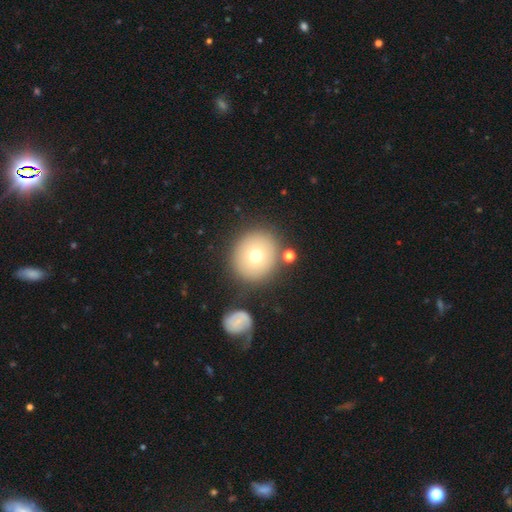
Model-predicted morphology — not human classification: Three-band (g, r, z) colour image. It shows a smooth galaxy with no disk features (72%) that is round (90%). Merging: none (81%).